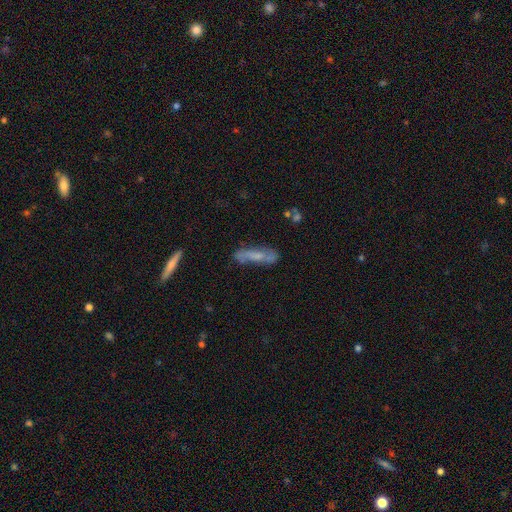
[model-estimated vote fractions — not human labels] Overall: featured or disk (46%; smooth 45%). Merging: none (69%).